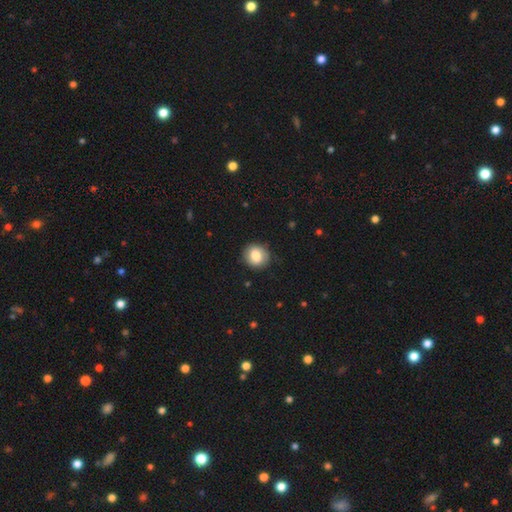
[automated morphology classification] Overall: smooth (77%). How rounded: round (80%). Merging: none (84%).